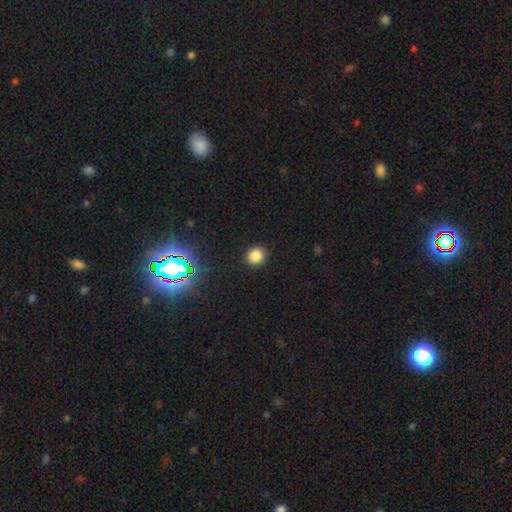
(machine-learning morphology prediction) Smooth or featured? smooth (82%)
How rounded? round (84%)
Merging? none (91%)